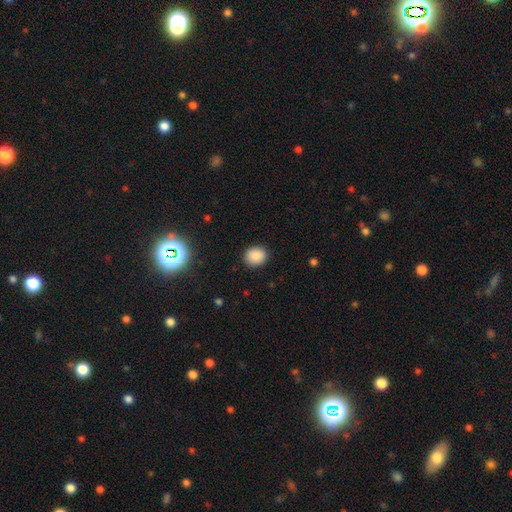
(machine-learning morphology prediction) type=smooth (86%); roundness=round (68%); merging=none (89%).